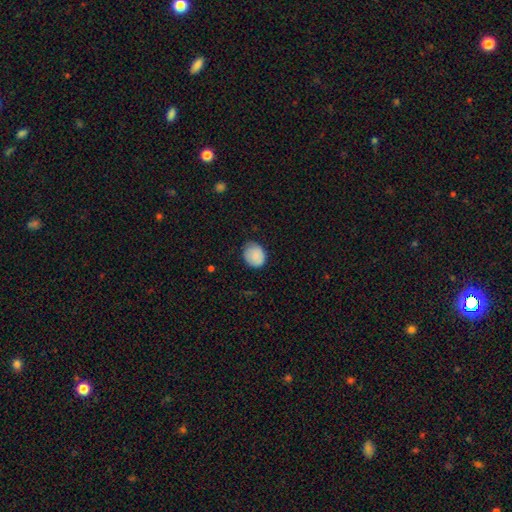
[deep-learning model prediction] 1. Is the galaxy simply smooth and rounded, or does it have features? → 86% smooth, 7% star or artifact, 7% featured or disk.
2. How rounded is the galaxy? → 58% round, 41% in between, 1% cigar-shaped.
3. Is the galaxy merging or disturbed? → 70% none, 25% minor disturbance, 4% major disturbance, 1% merger.